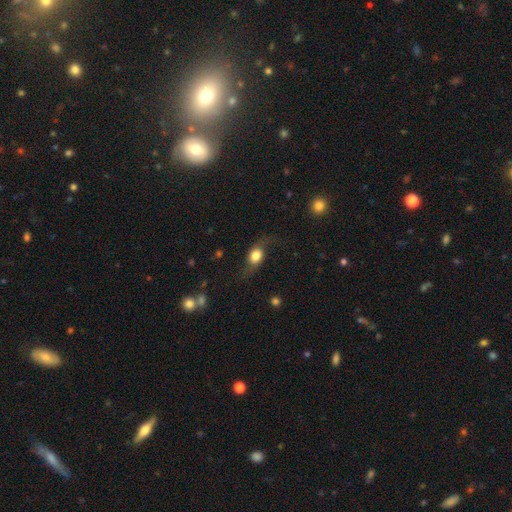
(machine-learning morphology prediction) A smooth galaxy with no disk features (51%) that is in between round and cigar-shaped (58%). Merging: none (58%).